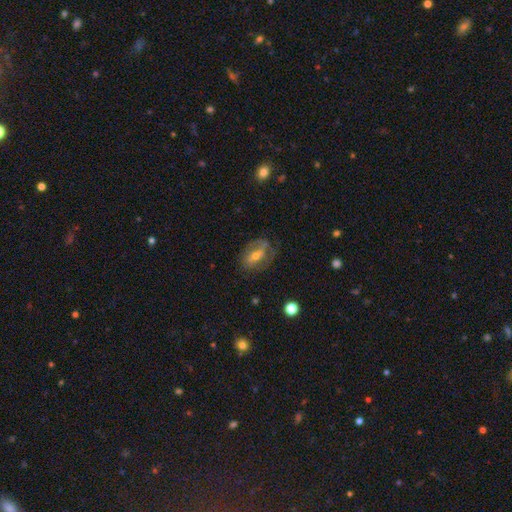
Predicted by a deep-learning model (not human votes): Morphology: type=featured or disk (59%); edge-on=no (91%); bar=no (36%, tied with weak); spiral arms=yes (62%); bulge=moderate (50%); merging=none (66%).